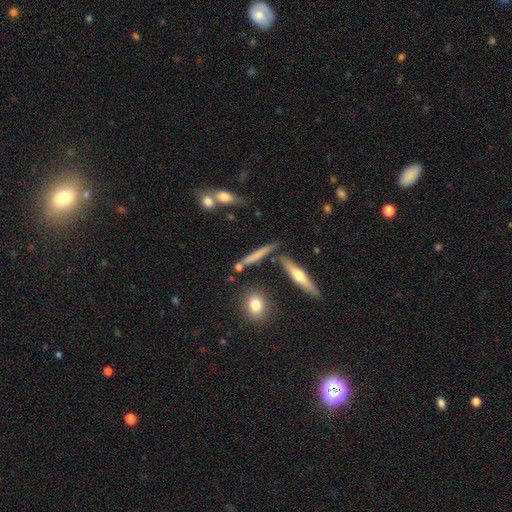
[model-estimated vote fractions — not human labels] smooth_or_featured: smooth (p=0.58) [alt: featured or disk p=0.33]
how_rounded: cigar-shaped (p=0.84) [alt: in between p=0.11]
merging: none (p=0.71) [alt: minor disturbance p=0.13]